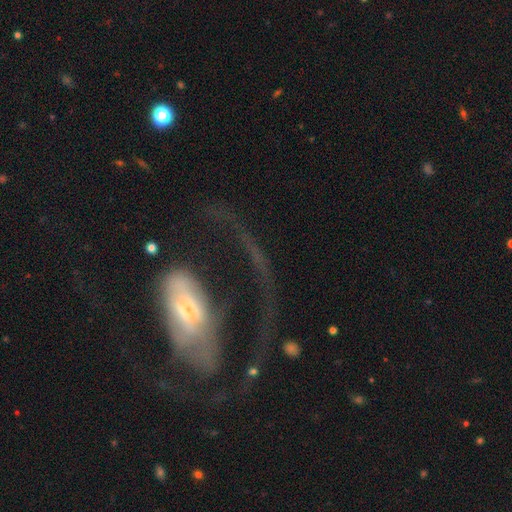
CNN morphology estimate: Smooth or featured?
  - featured or disk: 63% *
  - smooth: 27%
  - star or artifact: 10%
Edge-on disk?
  - no: 90% *
  - yes: 10%
Bar?
  - no: 64% *
  - weak: 24%
  - strong: 12%
Spiral arms?
  - yes: 56% *
  - no: 44%
Bulge size?
  - moderate: 47% *
  - small: 39%
  - large: 8%
  - none: 4%
  - dominant: 3%
Merging?
  - major disturbance: 60% *
  - none: 23%
  - minor disturbance: 12%
  - merger: 6%